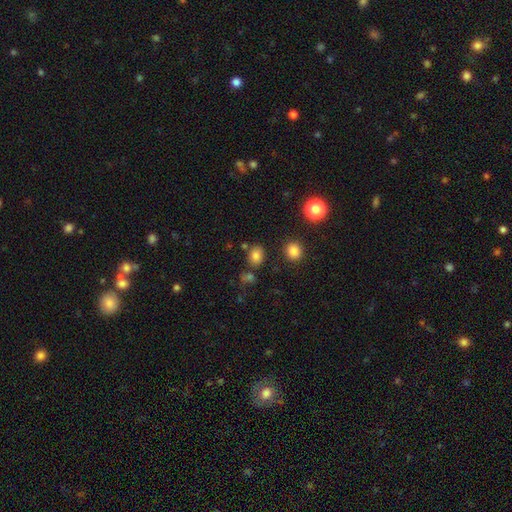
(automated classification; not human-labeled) smooth 80%, star or artifact 14%, featured or disk 7%. Down the decision tree: how rounded — in between (55%); merging — none (76%).